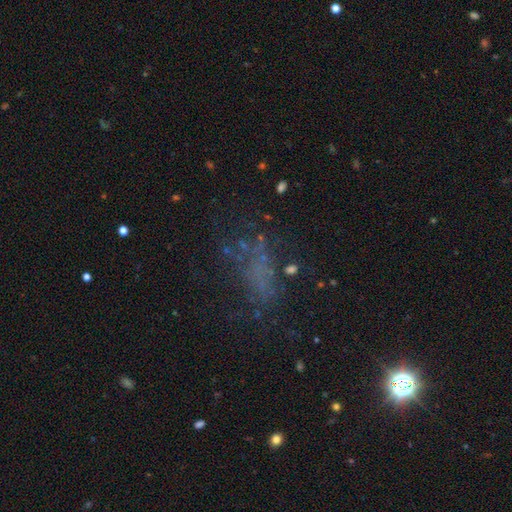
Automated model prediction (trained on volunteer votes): Morphology: type=smooth (35%); merging=none (51%).